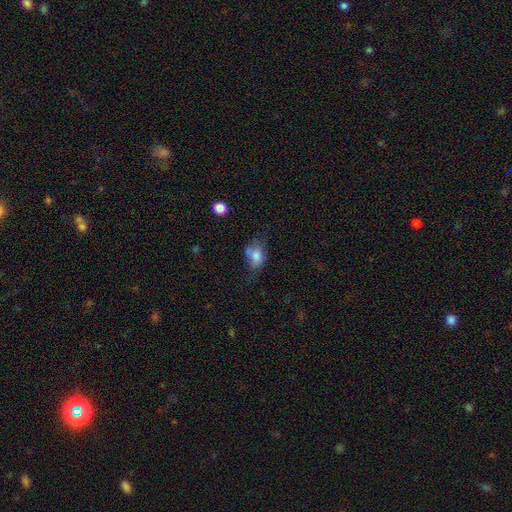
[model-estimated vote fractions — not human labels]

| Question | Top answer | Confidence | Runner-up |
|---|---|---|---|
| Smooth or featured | smooth | 76% | featured or disk (14%) |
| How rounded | in between | 73% | round (25%) |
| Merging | none | 41% | minor disturbance (32%) |